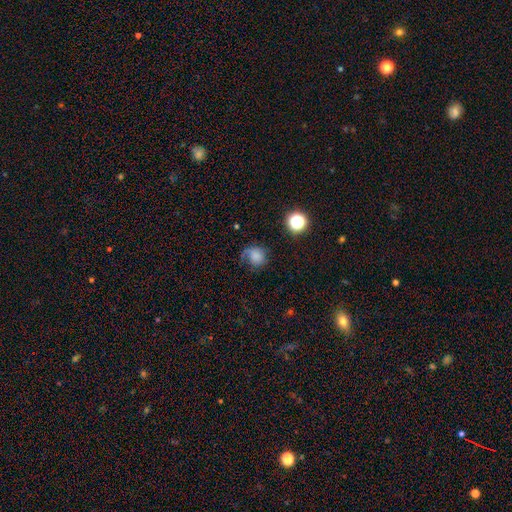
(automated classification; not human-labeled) Smooth or featured: smooth — 60% (featured or disk — 26%)
How rounded: round — 75% (in between — 24%)
Merging: none — 43% (major disturbance — 27%)